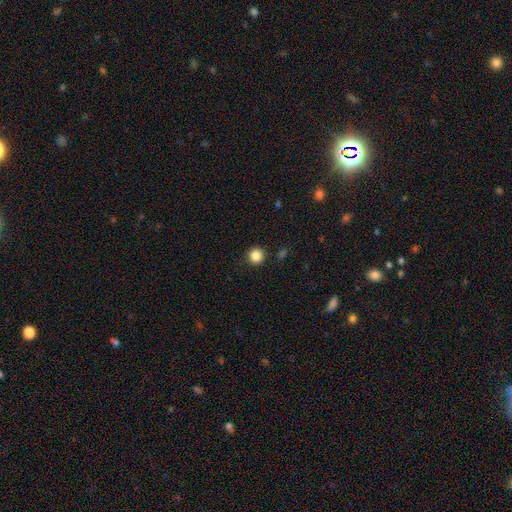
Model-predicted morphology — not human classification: smooth_or_featured: smooth (p=0.85) [alt: star or artifact p=0.11]
how_rounded: round (p=0.94) [alt: in between p=0.05]
merging: none (p=0.89) [alt: minor disturbance p=0.07]